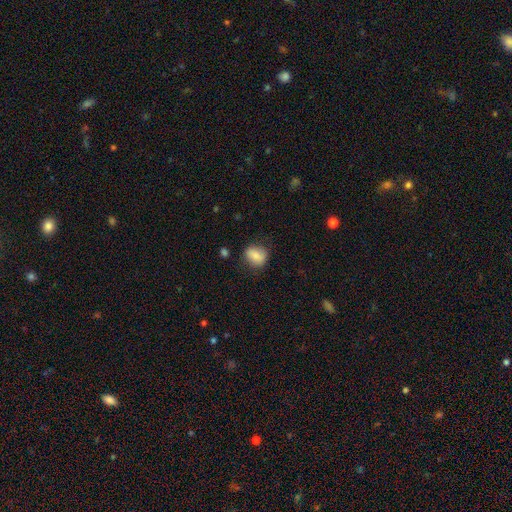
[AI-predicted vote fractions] Smooth or featured? smooth (82%)
How rounded? round (50%)
Merging? none (73%)